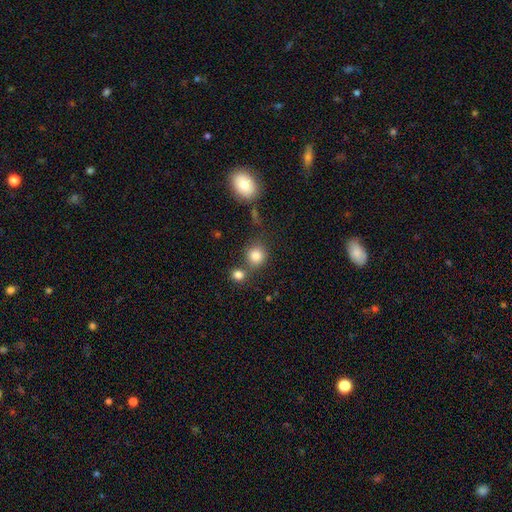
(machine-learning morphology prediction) This is clearly a smooth galaxy (82%). How rounded: clearly round (85%). Merging: likely none (67%).